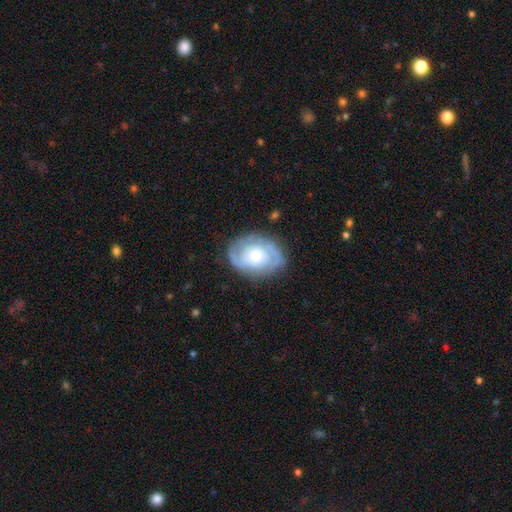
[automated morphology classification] A featured or disk galaxy (74%) with no bar (73%), 2 (57%) tight (54%) spiral arms (87%) and a moderate central bulge (58%).

Vote fractions:
- Smooth or featured? featured or disk: 74% / smooth: 21% / star or artifact: 6%
- Edge-on disk? no: 97% / yes: 3%
- Bar? no: 73% / weak: 22% / strong: 4%
- Spiral arms? yes: 87% / no: 13%
- Spiral winding? tight: 54% / medium: 35% / loose: 11%
- Spiral arm count? 2: 57% / can't tell: 23% / 3: 9% / 1: 5% / 4: 3% / more than 4: 3%
- Bulge size? moderate: 58% / small: 25% / large: 13% / none: 2% / dominant: 2%
- Merging? none: 76% / minor disturbance: 16% / major disturbance: 6% / merger: 1%